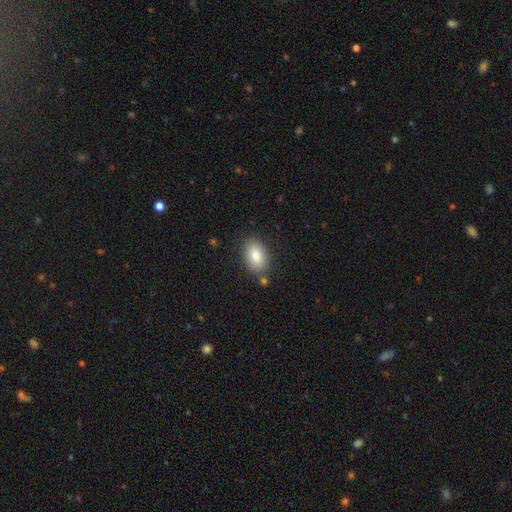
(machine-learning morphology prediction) This is clearly a smooth galaxy (85%). How rounded: clearly in between (91%). Merging: likely none (80%).